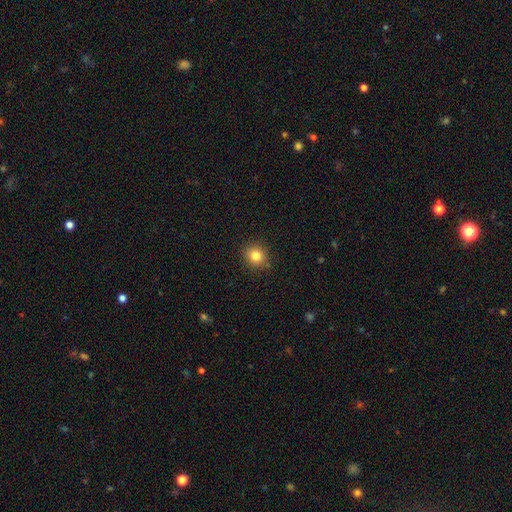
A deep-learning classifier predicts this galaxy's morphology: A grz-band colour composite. It shows a smooth galaxy with no disk features (82%) that is round (83%). Merging: none (88%).